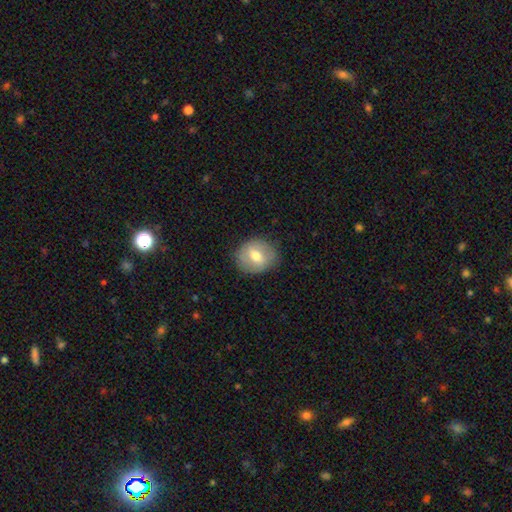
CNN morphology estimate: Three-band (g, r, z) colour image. It shows a smooth galaxy with no disk features (63%) that is round (70%). Merging: none (82%).